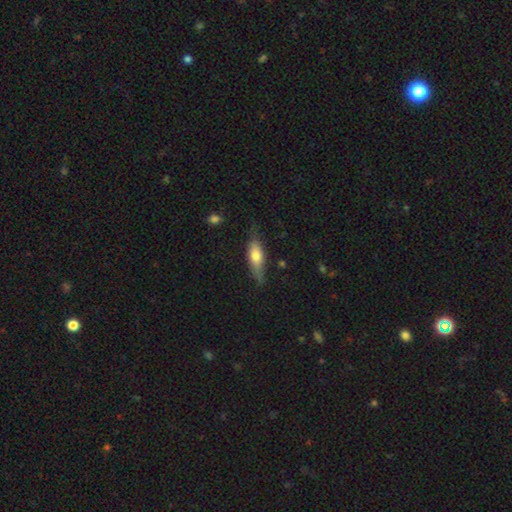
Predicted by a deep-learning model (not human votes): The model was most divided on "how rounded": in between: 51%, cigar-shaped: 46%, round: 3%. More confident: merging — none (66%); smooth or featured — smooth (58%).